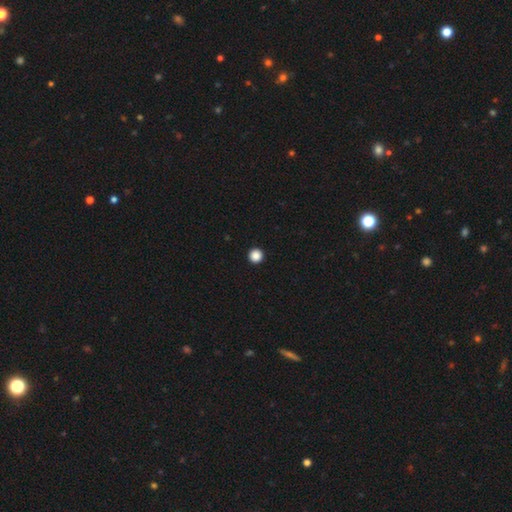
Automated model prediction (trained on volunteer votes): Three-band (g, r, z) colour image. It shows a smooth galaxy with no disk features (88%) that is round (97%). Merging: none (95%).